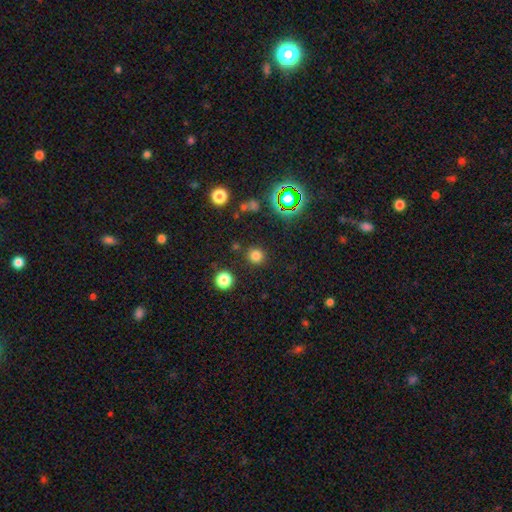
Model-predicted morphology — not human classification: type=smooth (75%); roundness=round (91%); merging=none (86%).